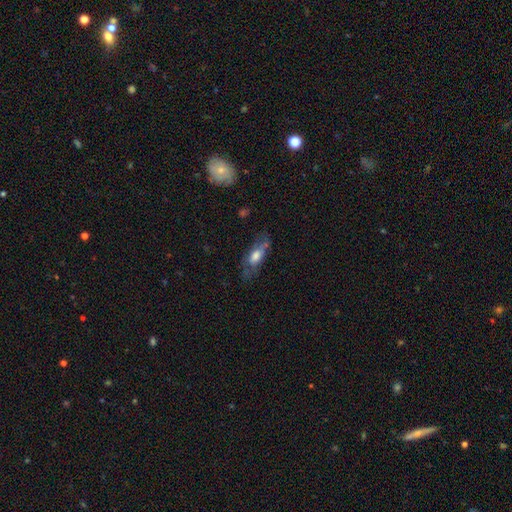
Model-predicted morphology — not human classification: Smooth or featured?
  - smooth: 57% *
  - featured or disk: 35%
  - star or artifact: 8%
How rounded?
  - in between: 72% *
  - cigar-shaped: 24%
  - round: 3%
Merging?
  - none: 52% *
  - minor disturbance: 27%
  - major disturbance: 17%
  - merger: 4%